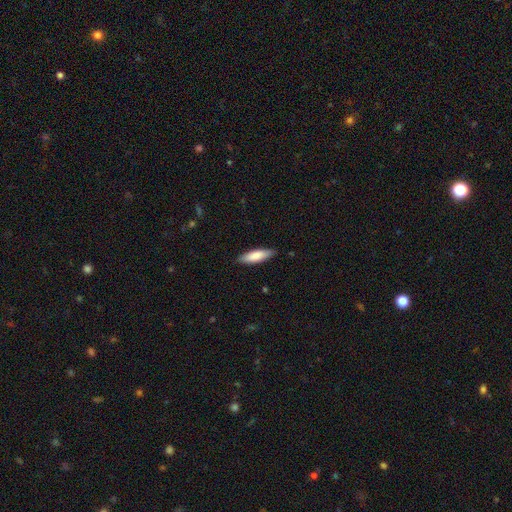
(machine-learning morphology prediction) This is clearly a smooth galaxy (82%). How rounded: possibly cigar-shaped (56%). Merging: clearly none (86%).